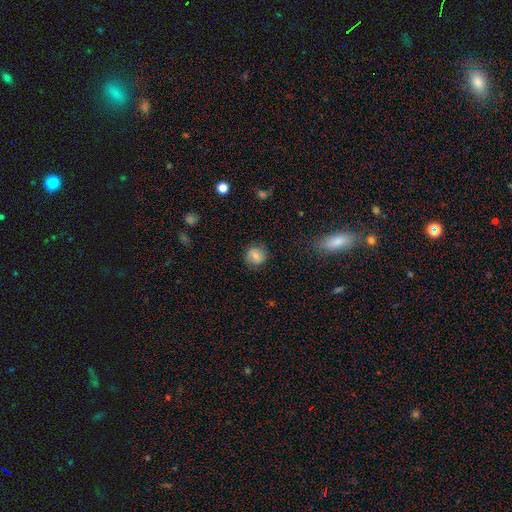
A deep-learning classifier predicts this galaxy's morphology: A smooth galaxy with no disk features (72%) that is round (87%).

Vote fractions:
- Smooth or featured? smooth: 72% / featured or disk: 18% / star or artifact: 10%
- How rounded? round: 87% / in between: 12% / cigar-shaped: 1%
- Merging? none: 83% / minor disturbance: 12% / major disturbance: 4% / merger: 1%